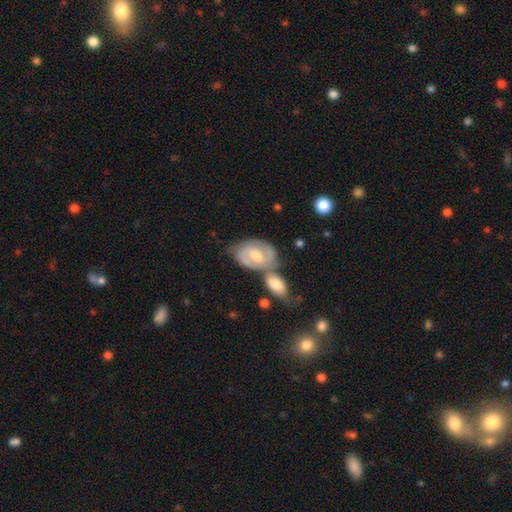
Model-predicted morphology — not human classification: A featured or disk galaxy (63%) with a weak bar (49%), spiral arms (78%) and a moderate central bulge (67%). Merging: none (44%).